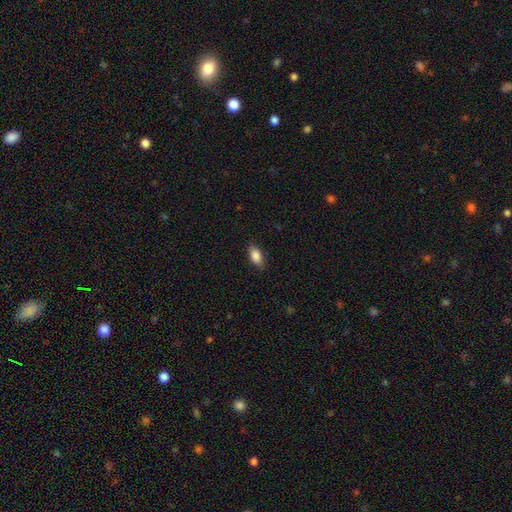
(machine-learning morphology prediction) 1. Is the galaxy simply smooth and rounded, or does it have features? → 87% smooth, 7% star or artifact, 6% featured or disk.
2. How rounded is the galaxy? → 88% in between, 8% cigar-shaped, 4% round.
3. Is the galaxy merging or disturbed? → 83% none, 13% minor disturbance, 3% major disturbance, 1% merger.